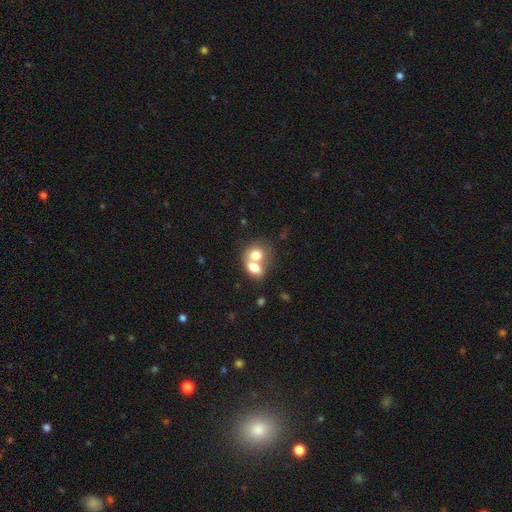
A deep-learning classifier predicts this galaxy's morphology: A smooth galaxy with no disk features (71%) that is in between round and cigar-shaped (55%).

Vote fractions:
- Smooth or featured? smooth: 71% / featured or disk: 20% / star or artifact: 8%
- How rounded? in between: 55% / round: 44% / cigar-shaped: 1%
- Merging? merger: 71% / none: 19% / minor disturbance: 6% / major disturbance: 4%